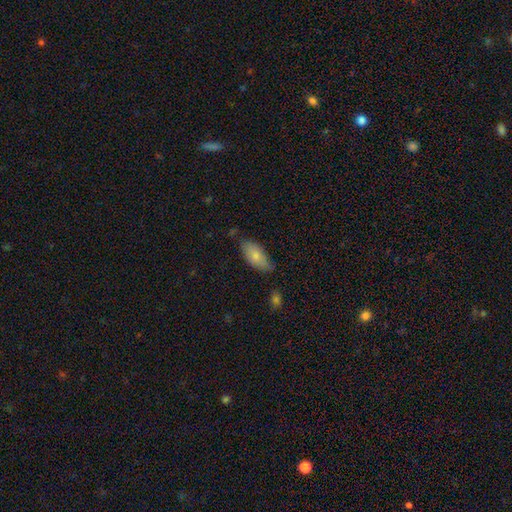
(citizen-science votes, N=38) Overall: smooth (71%). How rounded: in between (81%). Merging: none (78%).